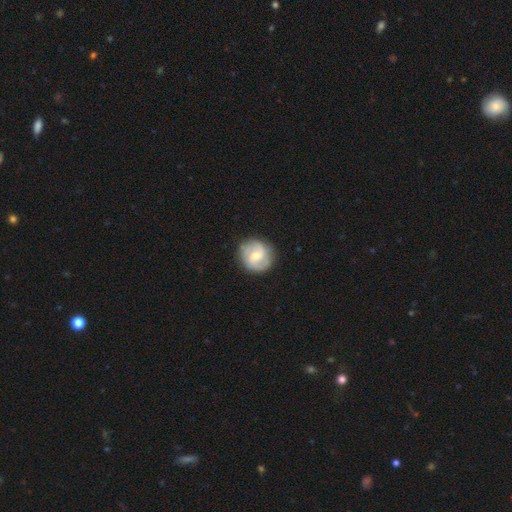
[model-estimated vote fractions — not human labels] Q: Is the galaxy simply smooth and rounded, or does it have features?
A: featured or disk — 71%.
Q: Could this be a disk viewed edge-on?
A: no — 98%.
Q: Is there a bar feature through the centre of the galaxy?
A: weak — 50%.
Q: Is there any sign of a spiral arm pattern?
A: yes — 92%.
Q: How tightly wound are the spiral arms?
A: medium — 44%.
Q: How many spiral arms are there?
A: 2 — 68%.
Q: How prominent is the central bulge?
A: moderate — 48%.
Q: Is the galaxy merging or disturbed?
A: none — 84%.